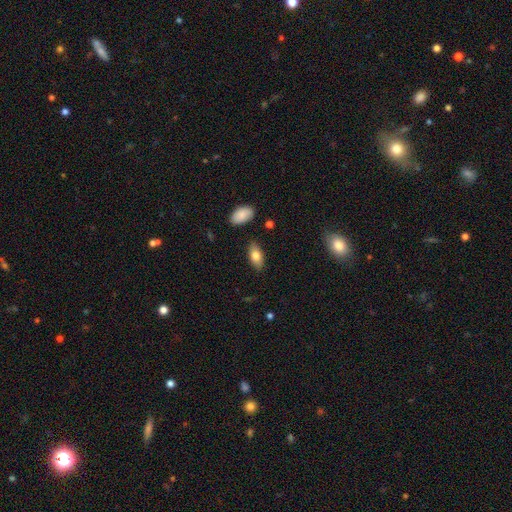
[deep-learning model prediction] A smooth galaxy with no disk features (77%) that is in between round and cigar-shaped (89%).

Vote fractions:
- Smooth or featured? smooth: 77% / featured or disk: 16% / star or artifact: 7%
- How rounded? in between: 89% / cigar-shaped: 7% / round: 3%
- Merging? none: 85% / minor disturbance: 11% / major disturbance: 2% / merger: 2%